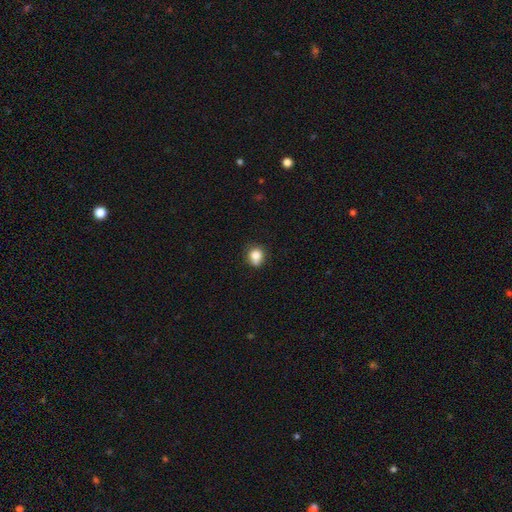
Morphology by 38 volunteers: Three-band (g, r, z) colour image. It shows a smooth galaxy with no disk features (87%) that is round (70%). Merging: none (70%).